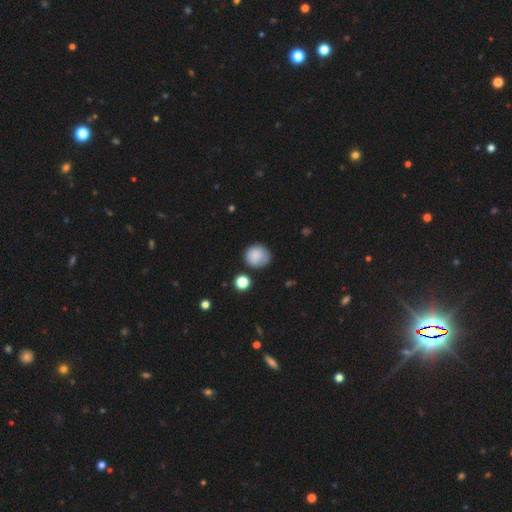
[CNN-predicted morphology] smooth 84%, star or artifact 8%, featured or disk 8%. Down the decision tree: how rounded — round (85%); merging — none (73%).